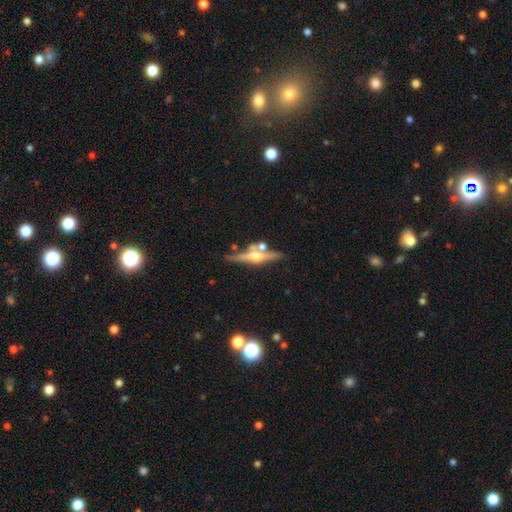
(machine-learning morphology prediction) type=featured or disk (74%); edge-on=yes (96%); edge-on bulge=rounded (93%); merging=none (68%).